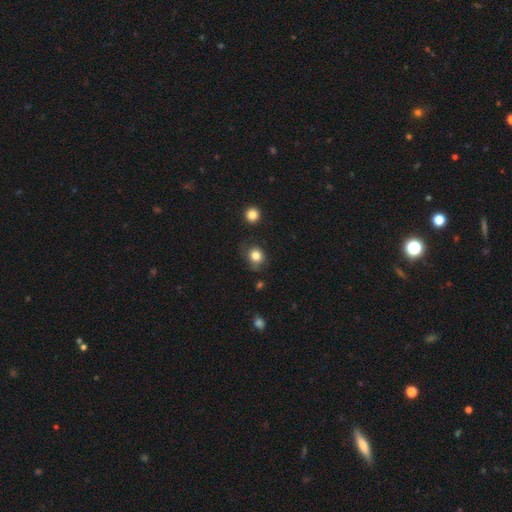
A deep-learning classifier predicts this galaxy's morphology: Smooth or featured: smooth — 81% (star or artifact — 11%)
How rounded: round — 75% (in between — 24%)
Merging: none — 65% (minor disturbance — 25%)